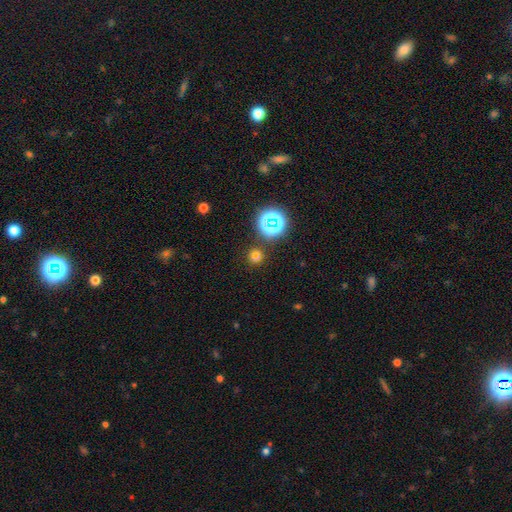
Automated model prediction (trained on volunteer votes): Smooth or featured? smooth (61%)
How rounded? round (89%)
Merging? none (73%)